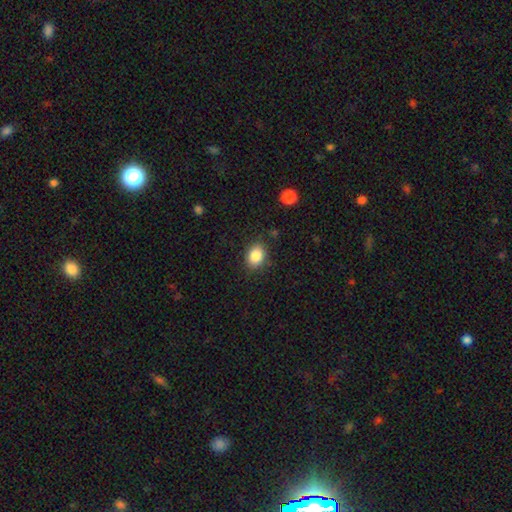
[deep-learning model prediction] Smooth or featured? smooth (86%)
How rounded? in between (60%)
Merging? none (83%)